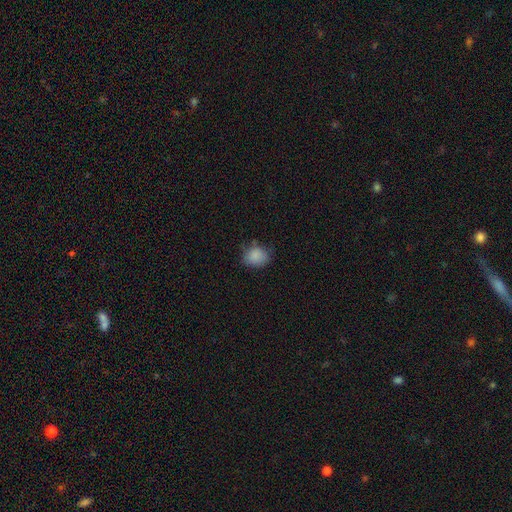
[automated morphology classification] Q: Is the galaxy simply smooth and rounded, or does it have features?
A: smooth — 85%.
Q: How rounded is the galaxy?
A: in between — 51%.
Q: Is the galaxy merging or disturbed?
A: none — 65%.